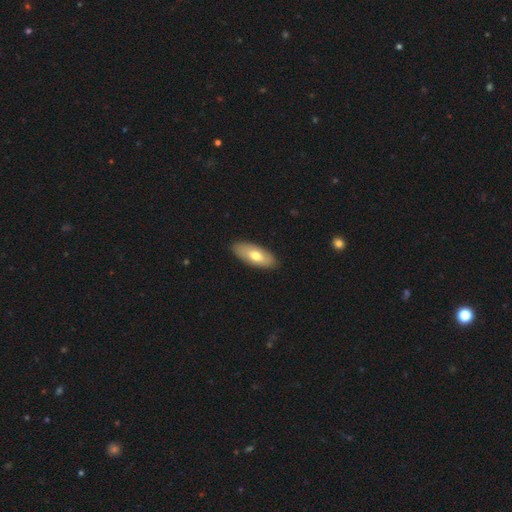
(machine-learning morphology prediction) This appears to be a smooth galaxy with no disk features (68%) that is in between round and cigar-shaped (83%). Merging: none (89%).